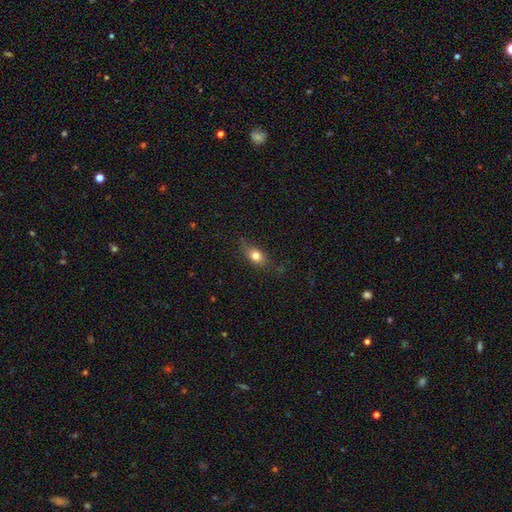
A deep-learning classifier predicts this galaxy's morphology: A smooth galaxy with no disk features (78%) that is in between round and cigar-shaped (71%). Merging: none (74%).